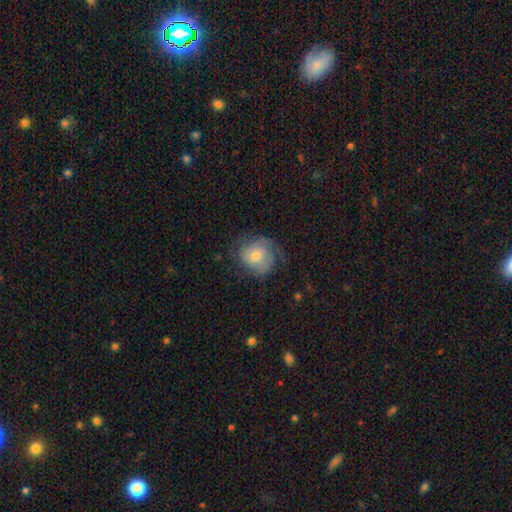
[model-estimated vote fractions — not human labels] smooth_or_featured: featured or disk (p=0.57) [alt: smooth p=0.35]
disk_edge_on: no (p=0.97) [alt: yes p=0.03]
bar: no (p=0.75) [alt: weak p=0.21]
has_spiral_arms: yes (p=0.86) [alt: no p=0.14]
bulge_size: small (p=0.47) [alt: moderate p=0.45]
merging: none (p=0.63) [alt: minor disturbance p=0.22]